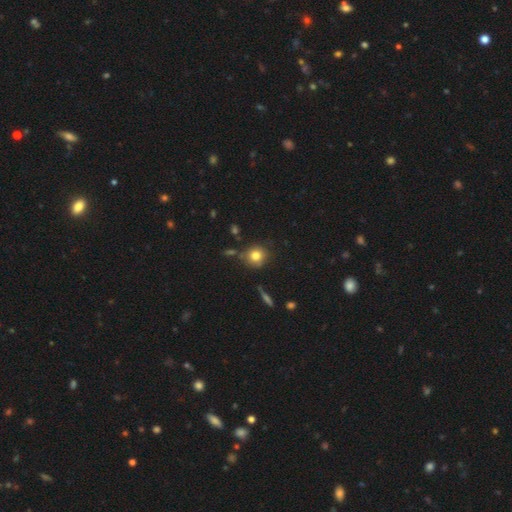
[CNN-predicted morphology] This is likely a smooth galaxy (79%). How rounded: clearly round (87%). Merging: likely none (77%).